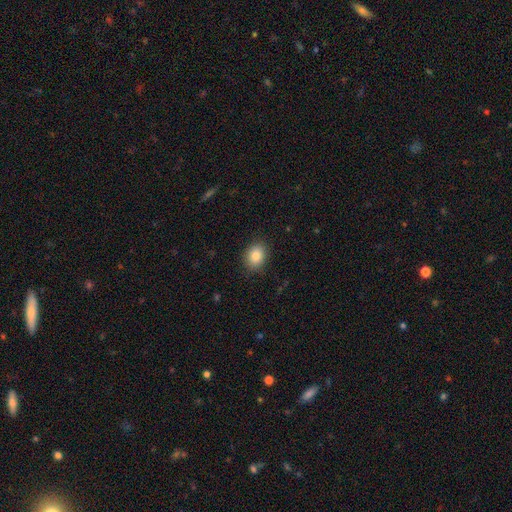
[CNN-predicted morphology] smooth_or_featured: smooth (p=0.85) [alt: star or artifact p=0.09]
how_rounded: in between (p=0.59) [alt: round p=0.40]
merging: none (p=0.87) [alt: minor disturbance p=0.09]